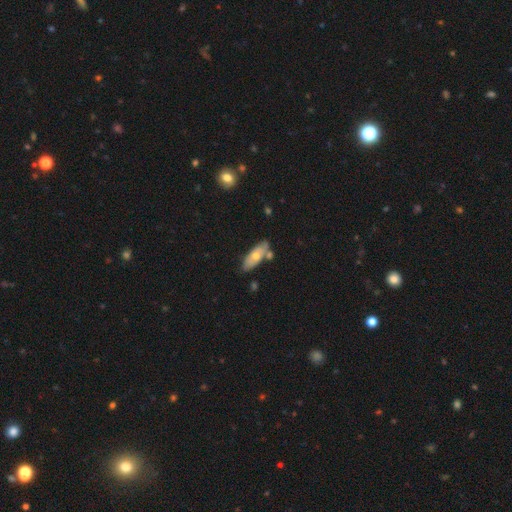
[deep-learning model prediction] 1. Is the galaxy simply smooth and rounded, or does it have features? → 60% smooth, 34% featured or disk, 6% star or artifact.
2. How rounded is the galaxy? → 74% in between, 23% cigar-shaped, 3% round.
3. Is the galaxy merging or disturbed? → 67% none, 18% minor disturbance, 12% merger, 4% major disturbance.